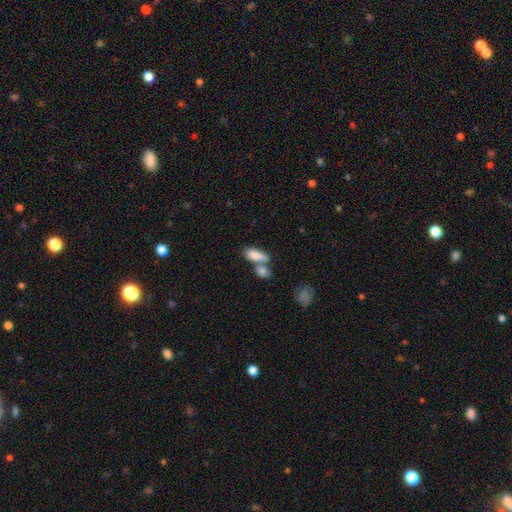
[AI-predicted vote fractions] smooth-or-featured: smooth: 83% | featured or disk: 9% | star or artifact: 7%
  how-rounded: in between: 82% | cigar-shaped: 13% | round: 4%
  merging: merger: 50% | none: 34% | minor disturbance: 11% | major disturbance: 5%